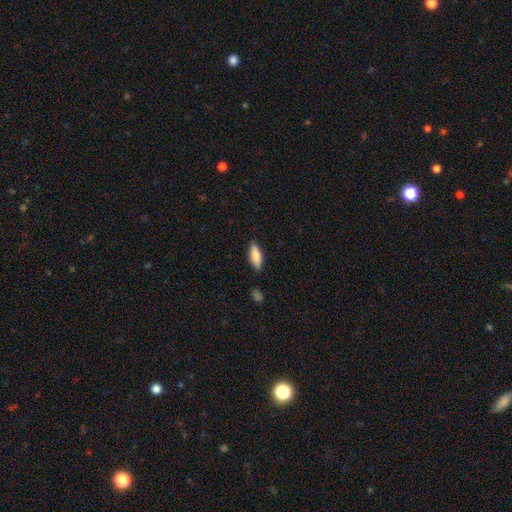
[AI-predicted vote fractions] This appears to be a smooth galaxy with no disk features (80%) that is in between round and cigar-shaped (65%). Merging: none (85%).